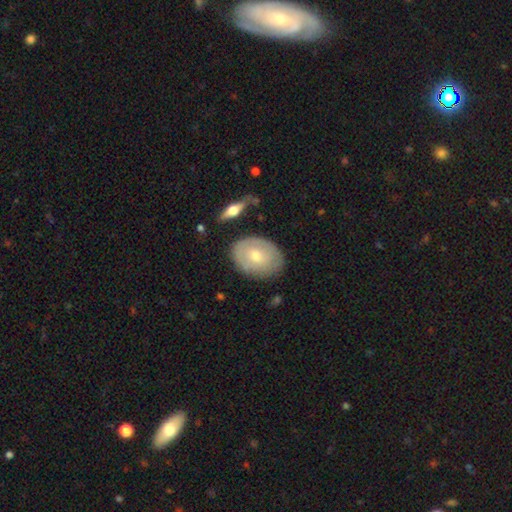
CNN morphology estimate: Q: Smooth or featured?
A: smooth (51%); runner-up: featured or disk (43%)
Q: How rounded?
A: in between (74%); runner-up: round (25%)
Q: Merging?
A: none (75%); runner-up: minor disturbance (18%)